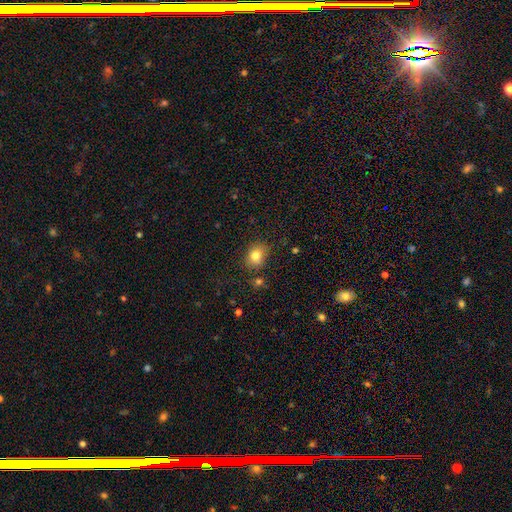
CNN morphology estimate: The model was most divided on "how rounded": round: 54%, in between: 45%, cigar-shaped: 1%. More confident: smooth or featured — smooth (81%); merging — none (77%).